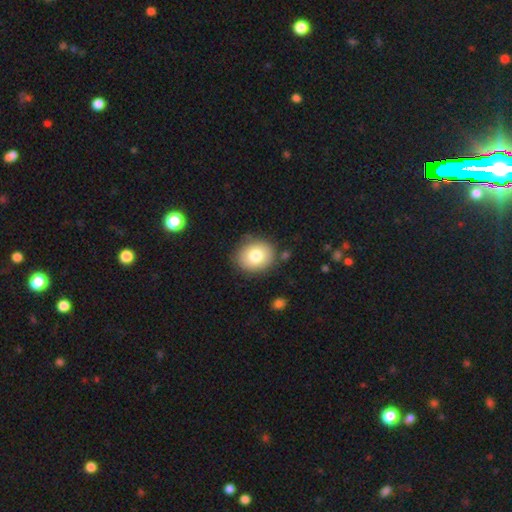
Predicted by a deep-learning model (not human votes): Morphology: type=smooth (79%); roundness=round (70%); merging=none (83%).